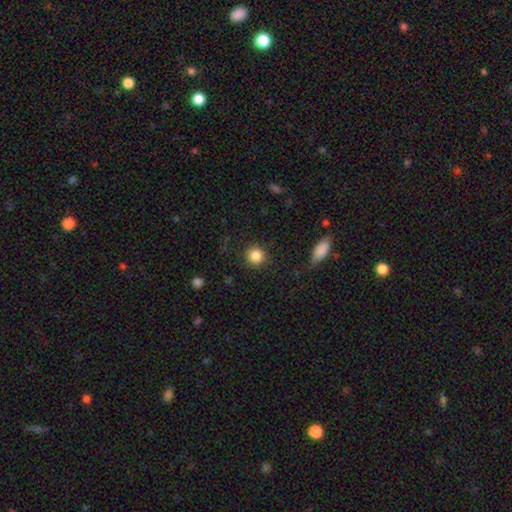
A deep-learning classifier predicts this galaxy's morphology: Smooth or featured?
  - smooth: 85% *
  - star or artifact: 10%
  - featured or disk: 5%
How rounded?
  - round: 91% *
  - in between: 8%
  - cigar-shaped: 1%
Merging?
  - none: 89% *
  - minor disturbance: 7%
  - major disturbance: 3%
  - merger: 1%